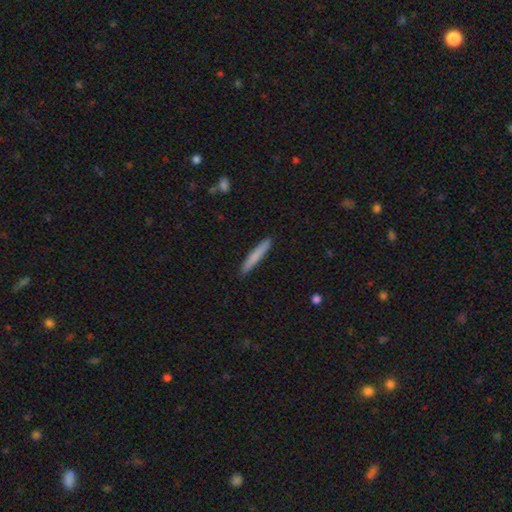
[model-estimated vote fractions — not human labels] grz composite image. It shows a smooth galaxy with no disk features (76%) that is cigar-shaped (96%). Merging: none (91%).